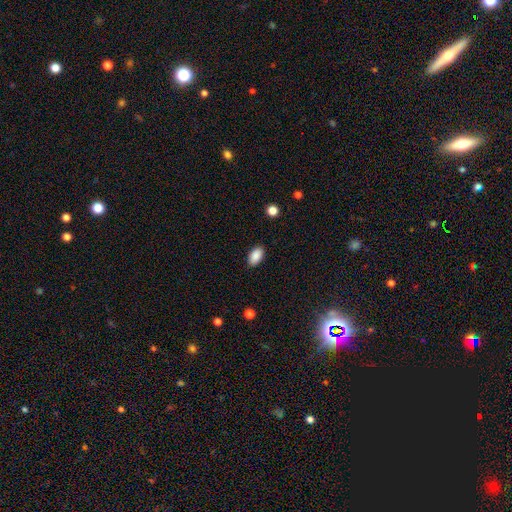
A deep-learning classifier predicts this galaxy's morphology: Q: Smooth or featured?
A: smooth (89%); runner-up: star or artifact (8%)
Q: How rounded?
A: in between (94%); runner-up: round (5%)
Q: Merging?
A: none (88%); runner-up: minor disturbance (9%)